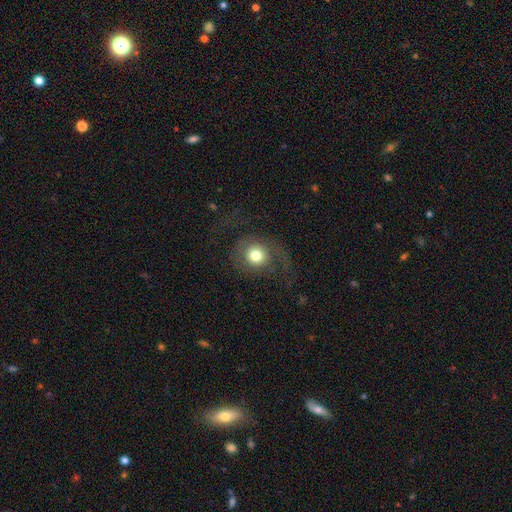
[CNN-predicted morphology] smooth 52%, featured or disk 38%, star or artifact 10%. Down the decision tree: how rounded — round (82%); merging — none (54%).